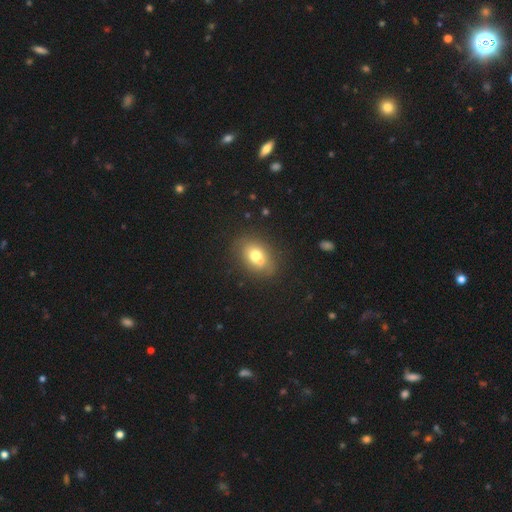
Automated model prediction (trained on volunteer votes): This is likely a smooth galaxy (68%). How rounded: likely in between (69%). Merging: possibly none (56%).